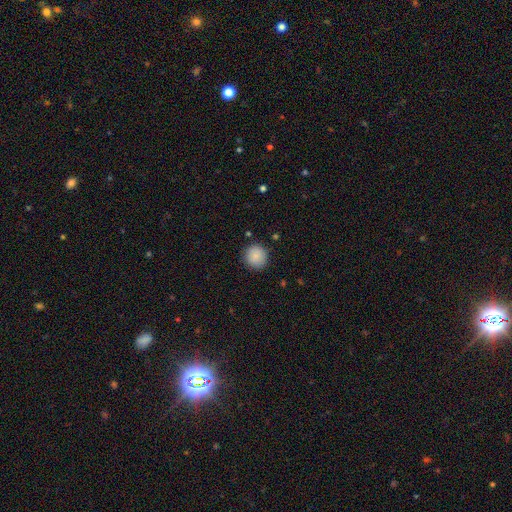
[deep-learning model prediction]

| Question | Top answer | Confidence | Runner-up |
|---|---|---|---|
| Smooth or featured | smooth | 86% | star or artifact (9%) |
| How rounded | round | 93% | in between (6%) |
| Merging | none | 89% | minor disturbance (8%) |